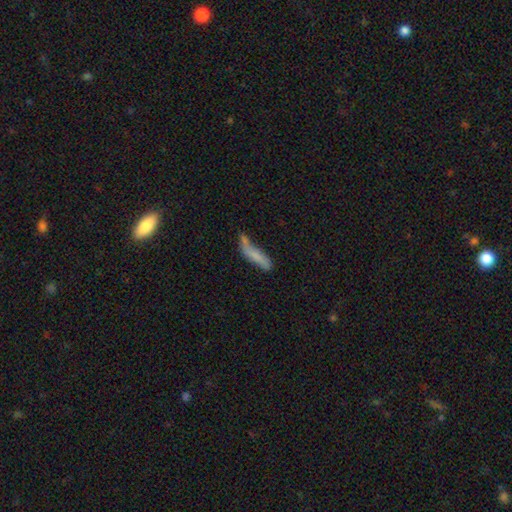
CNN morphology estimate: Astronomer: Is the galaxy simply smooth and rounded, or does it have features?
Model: smooth — 71%.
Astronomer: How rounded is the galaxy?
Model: cigar-shaped — 77%.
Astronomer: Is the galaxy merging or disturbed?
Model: none — 41% (runner-up: minor disturbance, 28%).